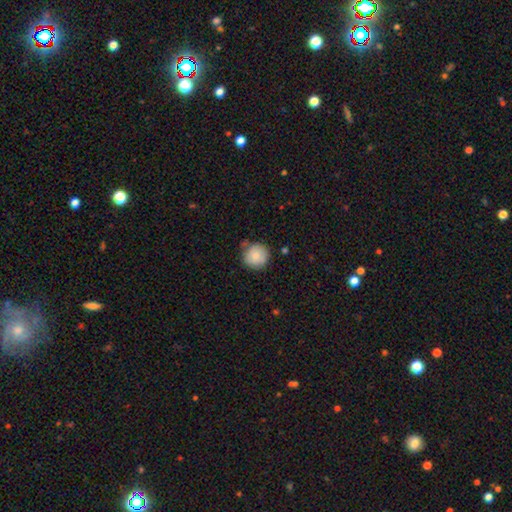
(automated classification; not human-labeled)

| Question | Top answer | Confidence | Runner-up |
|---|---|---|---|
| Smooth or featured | smooth | 81% | featured or disk (11%) |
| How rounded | round | 93% | in between (6%) |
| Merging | none | 76% | minor disturbance (17%) |